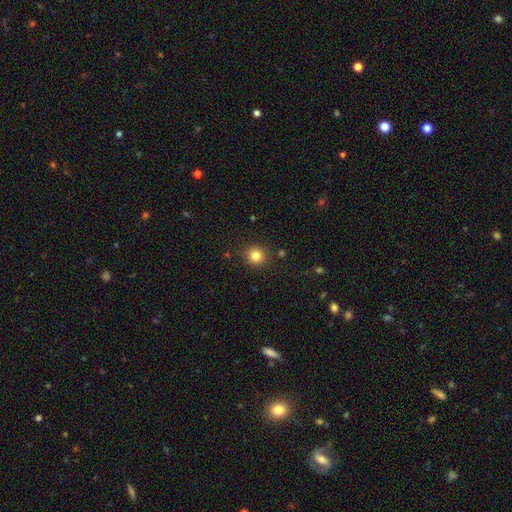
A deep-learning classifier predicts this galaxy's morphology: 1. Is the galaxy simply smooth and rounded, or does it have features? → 83% smooth, 12% star or artifact, 5% featured or disk.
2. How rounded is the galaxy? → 90% round, 9% in between, 1% cigar-shaped.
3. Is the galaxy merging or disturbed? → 88% none, 8% minor disturbance, 2% major disturbance, 2% merger.